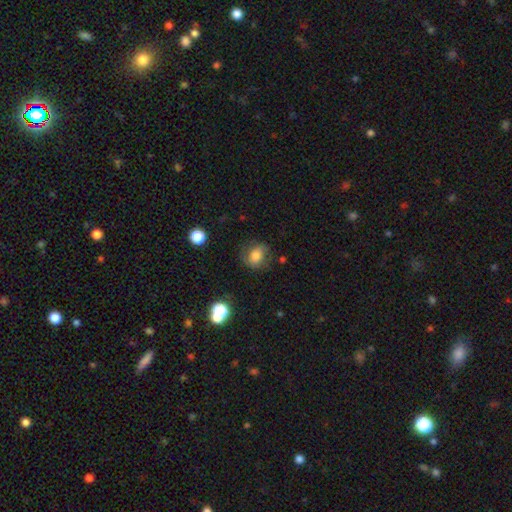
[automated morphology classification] smooth-or-featured: smooth: 63% | featured or disk: 26% | star or artifact: 11%
  how-rounded: round: 62% | in between: 37% | cigar-shaped: 1%
  merging: none: 65% | minor disturbance: 22% | major disturbance: 11% | merger: 2%